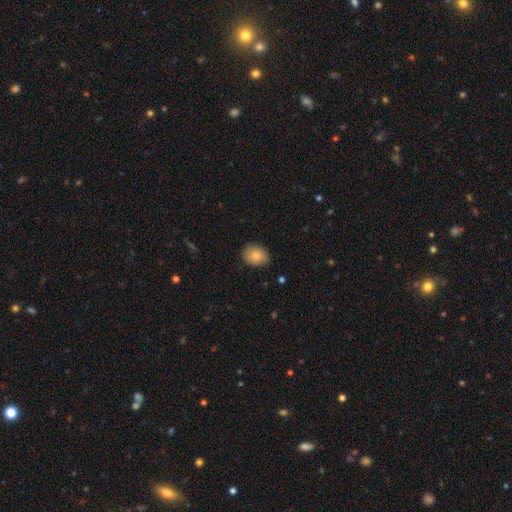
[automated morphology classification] Overall: smooth (82%). How rounded: in between (53%; round 46%). Merging: none (82%).